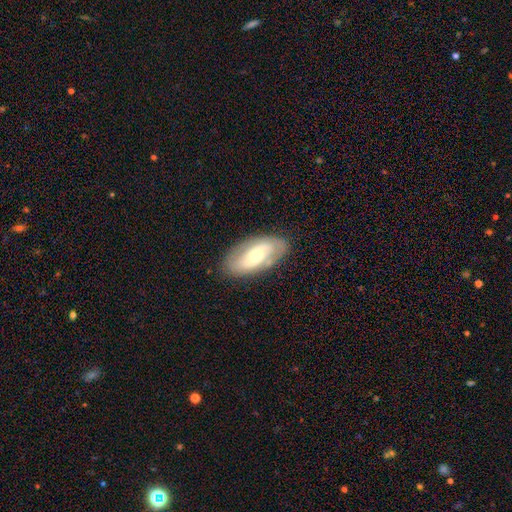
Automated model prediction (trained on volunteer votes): Q: Smooth or featured?
A: featured or disk (62%); runner-up: smooth (32%)
Q: Edge-on disk?
A: no (90%); runner-up: yes (10%)
Q: Bar?
A: no (50%); runner-up: weak (32%)
Q: Spiral arms?
A: yes (65%); runner-up: no (35%)
Q: Bulge size?
A: moderate (57%); runner-up: small (37%)
Q: Merging?
A: none (82%); runner-up: minor disturbance (12%)